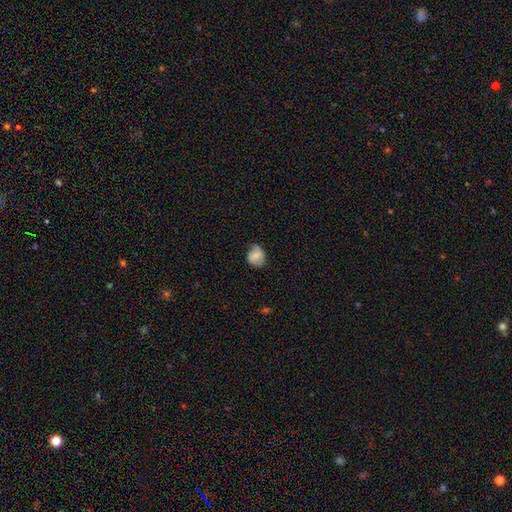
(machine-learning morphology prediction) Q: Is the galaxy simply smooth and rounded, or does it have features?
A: smooth — 62%.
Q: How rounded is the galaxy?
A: round — 63%.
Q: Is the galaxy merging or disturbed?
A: none — 51%.